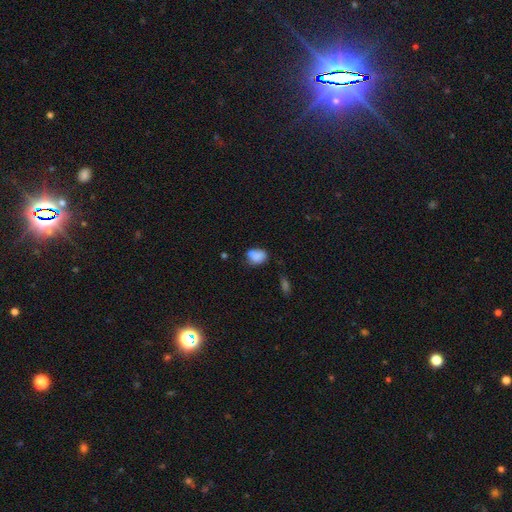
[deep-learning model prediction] Smooth or featured? smooth (78%)
How rounded? in between (69%)
Merging? none (44%)